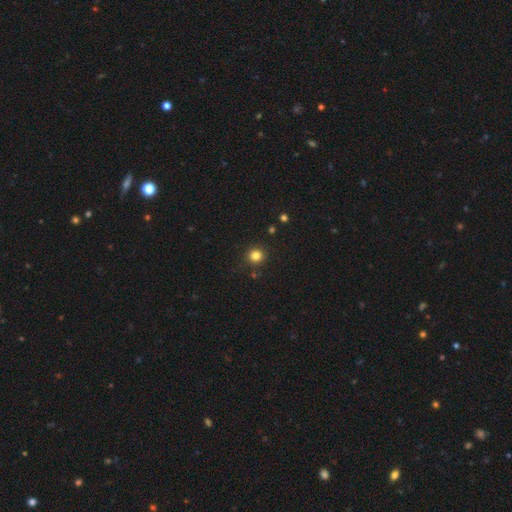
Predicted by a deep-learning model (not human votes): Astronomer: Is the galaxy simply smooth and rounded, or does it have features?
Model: smooth — 82%.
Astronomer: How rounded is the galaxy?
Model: round — 93%.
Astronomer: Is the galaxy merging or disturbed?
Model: none — 89%.